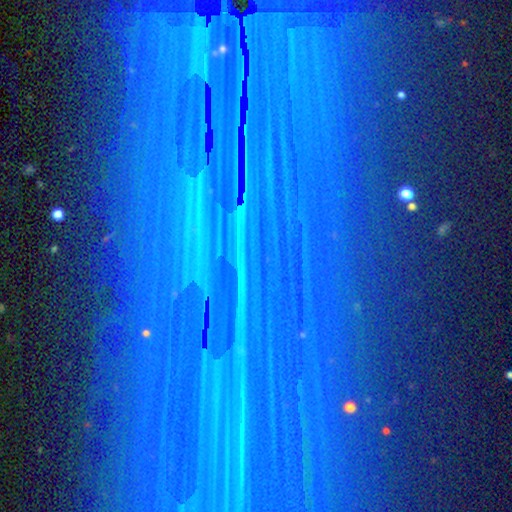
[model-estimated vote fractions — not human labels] Smooth or featured?
  - star or artifact: 80% *
  - featured or disk: 12%
  - smooth: 8%